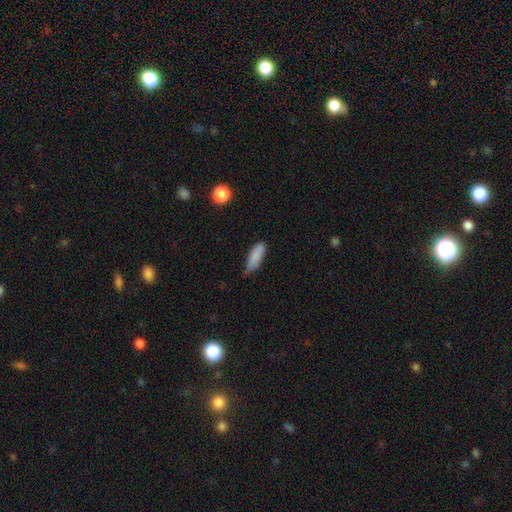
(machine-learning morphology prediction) Smooth or featured? Predicted: smooth (p=0.86). How rounded? Predicted: in between (p=0.70). Merging? Predicted: none (p=0.54).